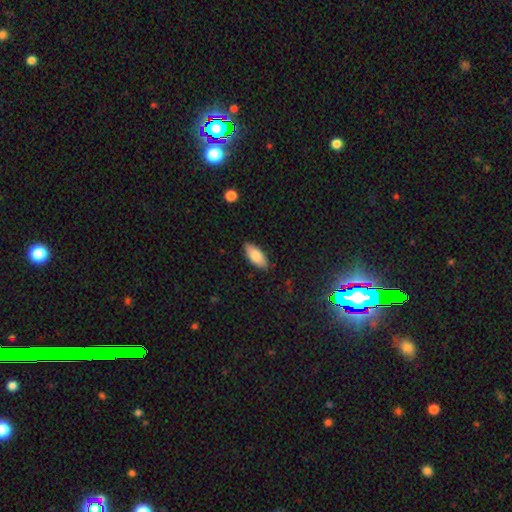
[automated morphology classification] Q: Smooth or featured?
A: smooth (83%); runner-up: featured or disk (11%)
Q: How rounded?
A: in between (86%); runner-up: cigar-shaped (12%)
Q: Merging?
A: none (85%); runner-up: minor disturbance (11%)